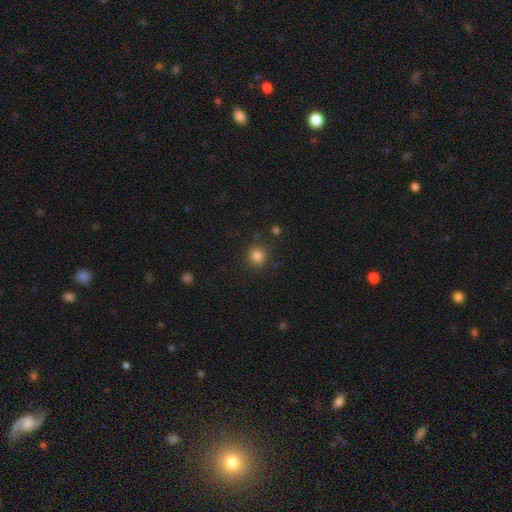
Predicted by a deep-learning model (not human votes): The model was most divided on "smooth or featured": smooth: 83%, star or artifact: 13%, featured or disk: 5%. More confident: how rounded — round (90%); merging — none (87%).